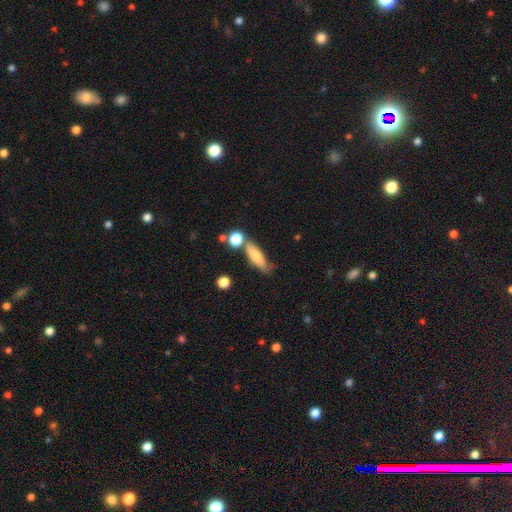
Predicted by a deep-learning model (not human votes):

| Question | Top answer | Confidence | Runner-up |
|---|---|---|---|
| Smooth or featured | smooth | 67% | featured or disk (25%) |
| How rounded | cigar-shaped | 53% | in between (43%) |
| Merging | none | 60% | minor disturbance (18%) |